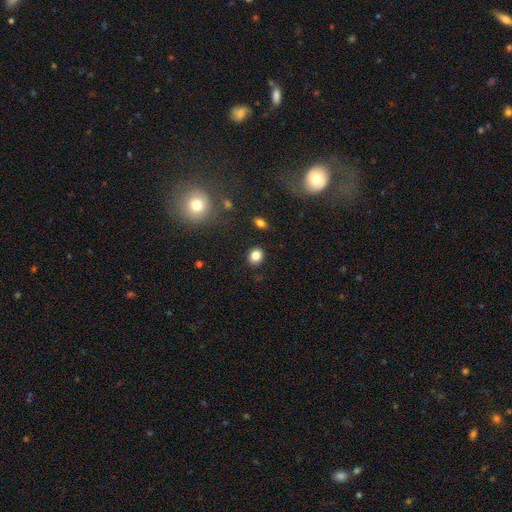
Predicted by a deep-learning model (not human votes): Smooth or featured: smooth — 83% (star or artifact — 11%)
How rounded: round — 66% (in between — 33%)
Merging: none — 87% (minor disturbance — 8%)